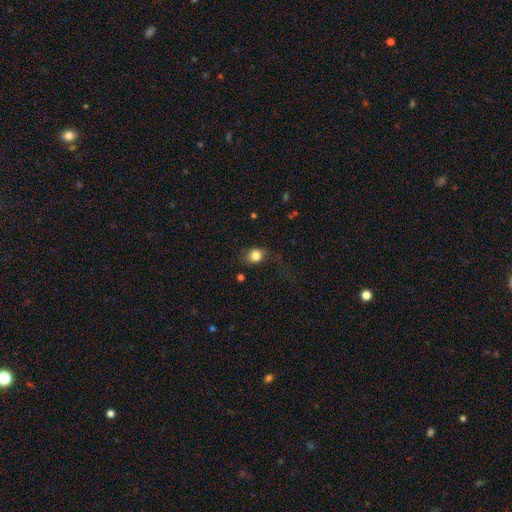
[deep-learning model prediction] smooth-or-featured: smooth: 82% | star or artifact: 10% | featured or disk: 8%
  how-rounded: round: 69% | in between: 30% | cigar-shaped: 1%
  merging: none: 58% | minor disturbance: 21% | major disturbance: 18% | merger: 2%